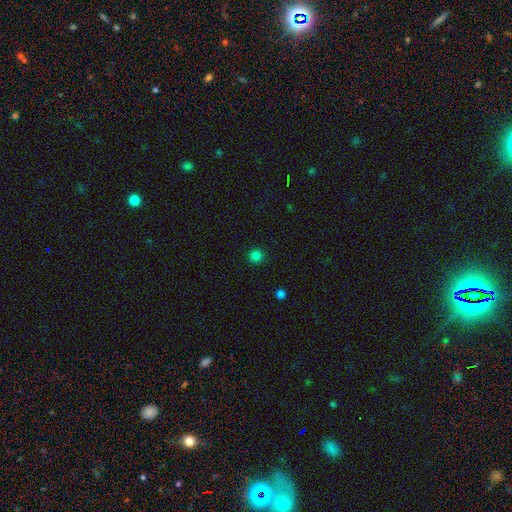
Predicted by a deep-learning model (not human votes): smooth-or-featured: smooth: 82% | star or artifact: 15% | featured or disk: 3%
  how-rounded: round: 95% | in between: 4% | cigar-shaped: 1%
  merging: none: 92% | minor disturbance: 5% | major disturbance: 2% | merger: 1%